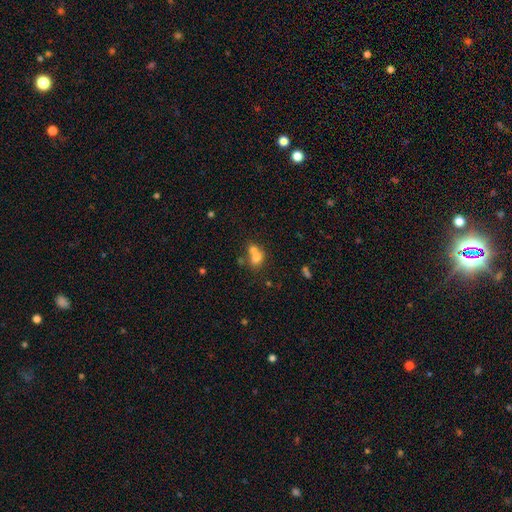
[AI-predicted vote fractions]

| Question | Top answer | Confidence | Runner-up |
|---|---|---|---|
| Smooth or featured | smooth | 69% | featured or disk (18%) |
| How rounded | round | 56% | in between (43%) |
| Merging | merger | 62% | none (28%) |